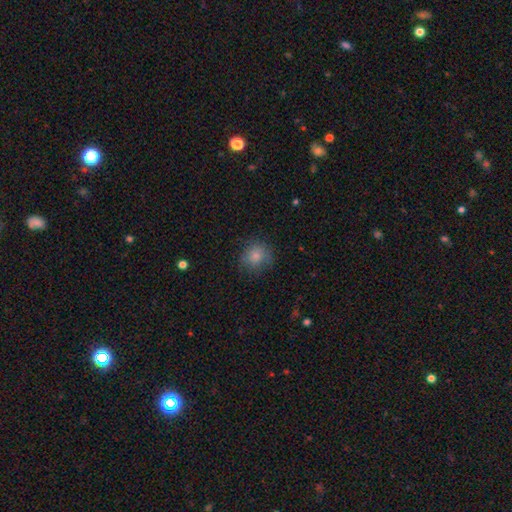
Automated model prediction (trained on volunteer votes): A smooth galaxy with no disk features (83%) that is round (83%).

Vote fractions:
- Smooth or featured? smooth: 83% / star or artifact: 10% / featured or disk: 8%
- How rounded? round: 83% / in between: 16% / cigar-shaped: 1%
- Merging? none: 77% / minor disturbance: 17% / major disturbance: 5% / merger: 1%